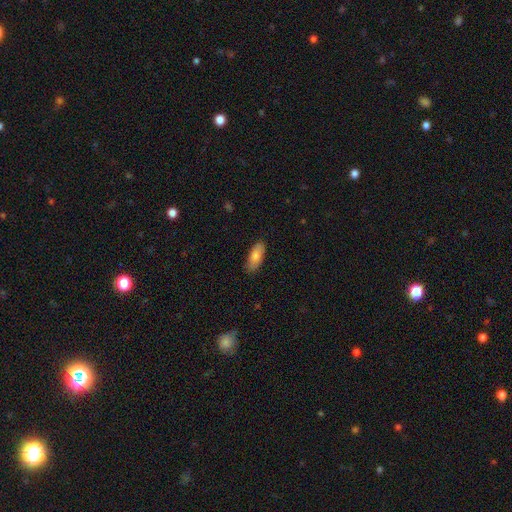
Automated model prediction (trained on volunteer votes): smooth-or-featured: smooth: 82% | featured or disk: 12% | star or artifact: 6%
  how-rounded: in between: 79% | cigar-shaped: 19% | round: 2%
  merging: none: 85% | minor disturbance: 12% | major disturbance: 2% | merger: 1%